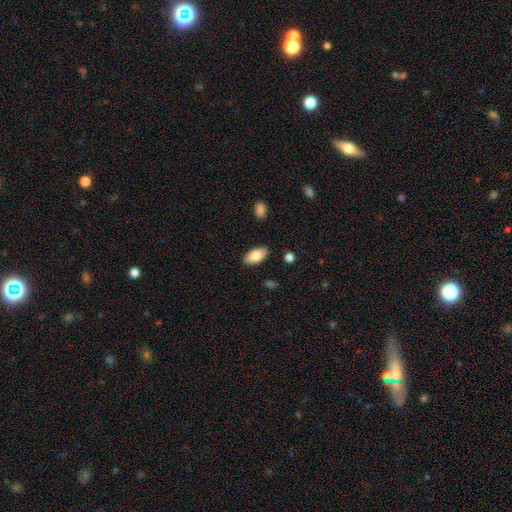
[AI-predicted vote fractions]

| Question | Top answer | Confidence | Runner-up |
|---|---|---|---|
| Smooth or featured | smooth | 81% | featured or disk (13%) |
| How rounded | in between | 93% | cigar-shaped (4%) |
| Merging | none | 86% | minor disturbance (10%) |